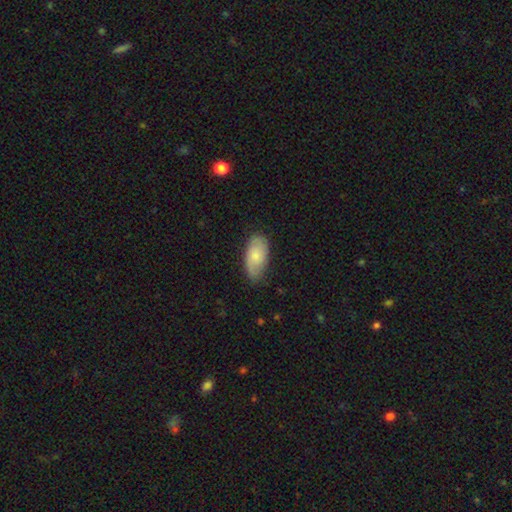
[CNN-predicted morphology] Smooth or featured: smooth — 68% (featured or disk — 26%)
How rounded: in between — 93% (cigar-shaped — 4%)
Merging: none — 72% (minor disturbance — 23%)